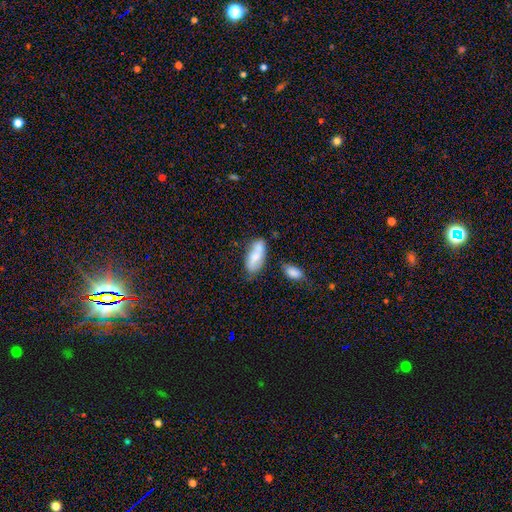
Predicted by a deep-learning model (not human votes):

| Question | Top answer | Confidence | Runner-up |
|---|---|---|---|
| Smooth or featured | smooth | 68% | featured or disk (25%) |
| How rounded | in between | 84% | cigar-shaped (13%) |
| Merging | none | 59% | minor disturbance (22%) |